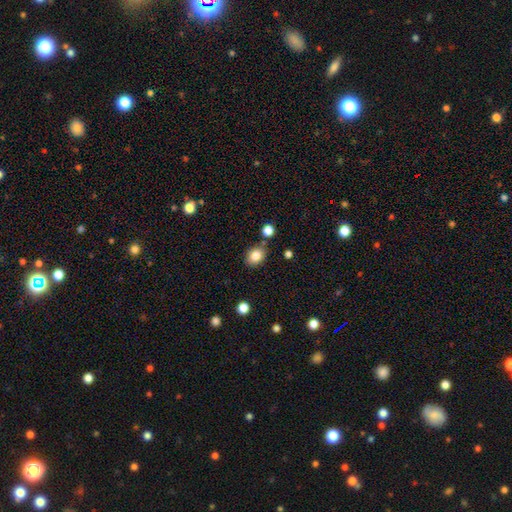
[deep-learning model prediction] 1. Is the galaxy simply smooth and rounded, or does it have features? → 83% smooth, 10% star or artifact, 7% featured or disk.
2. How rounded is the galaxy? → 50% in between, 49% round, 1% cigar-shaped.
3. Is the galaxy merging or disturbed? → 80% none, 11% minor disturbance, 6% merger, 3% major disturbance.